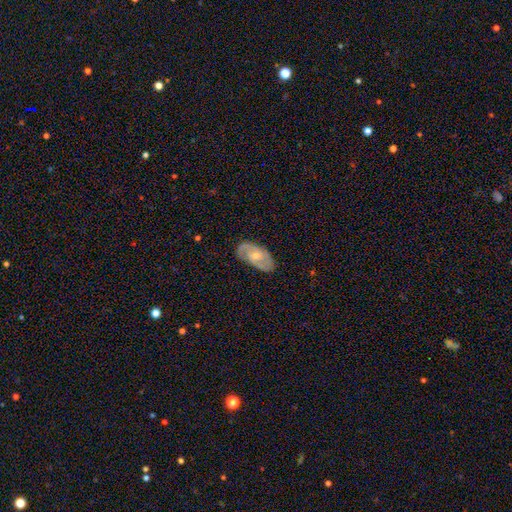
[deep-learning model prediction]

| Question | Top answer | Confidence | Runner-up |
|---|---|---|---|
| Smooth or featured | featured or disk | 72% | smooth (23%) |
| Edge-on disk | no | 95% | yes (5%) |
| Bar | no | 60% | weak (34%) |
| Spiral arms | yes | 90% | no (10%) |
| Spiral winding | medium | 46% | tight (41%) |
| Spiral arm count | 2 | 75% | can't tell (14%) |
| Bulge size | small | 57% | moderate (37%) |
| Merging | none | 80% | minor disturbance (15%) |